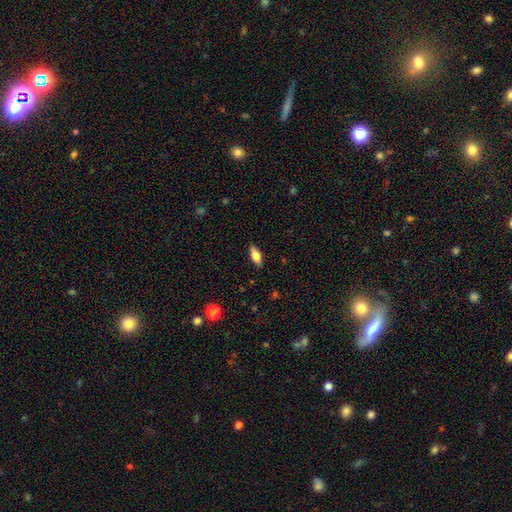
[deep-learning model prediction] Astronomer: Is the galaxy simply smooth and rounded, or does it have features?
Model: smooth — 73%.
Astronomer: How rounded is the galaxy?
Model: in between — 76%.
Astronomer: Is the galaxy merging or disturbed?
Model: none — 87%.